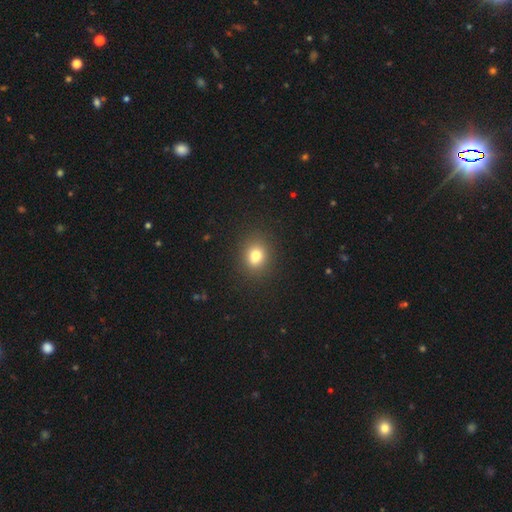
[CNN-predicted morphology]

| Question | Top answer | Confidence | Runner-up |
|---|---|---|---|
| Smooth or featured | smooth | 79% | star or artifact (13%) |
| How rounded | round | 62% | in between (37%) |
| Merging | none | 88% | minor disturbance (8%) |